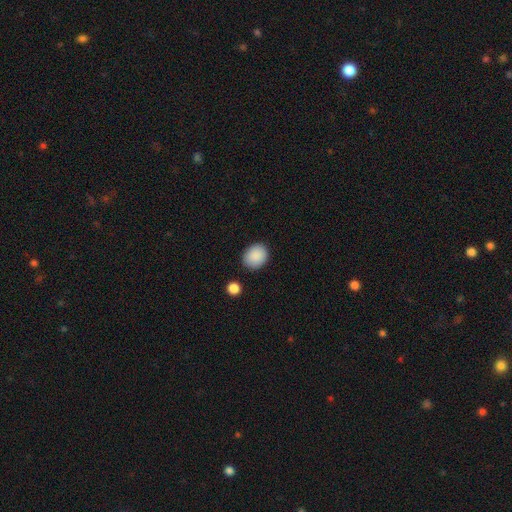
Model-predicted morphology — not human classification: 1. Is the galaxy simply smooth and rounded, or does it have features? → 90% smooth, 7% star or artifact, 3% featured or disk.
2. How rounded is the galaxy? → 58% round, 41% in between, 1% cigar-shaped.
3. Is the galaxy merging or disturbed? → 87% none, 9% minor disturbance, 2% major disturbance, 2% merger.